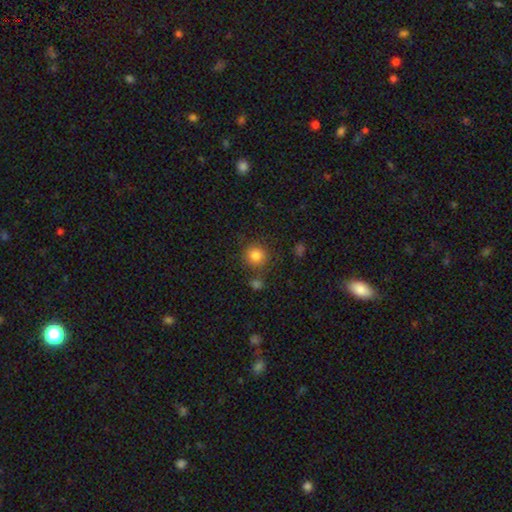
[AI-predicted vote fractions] smooth 83%, star or artifact 11%, featured or disk 6%. Down the decision tree: how rounded — round (91%); merging — none (79%).